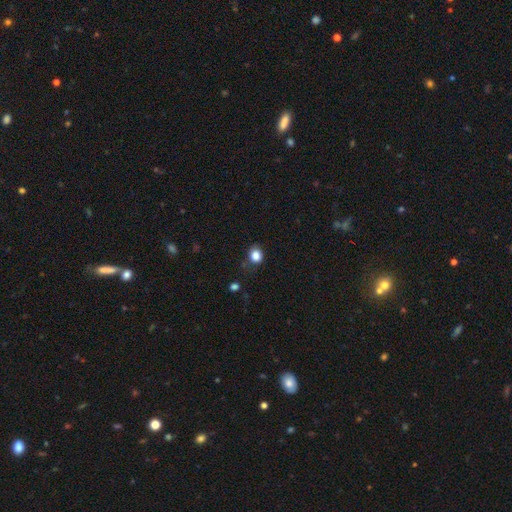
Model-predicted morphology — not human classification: Smooth or featured? smooth (84%)
How rounded? round (61%)
Merging? none (72%)